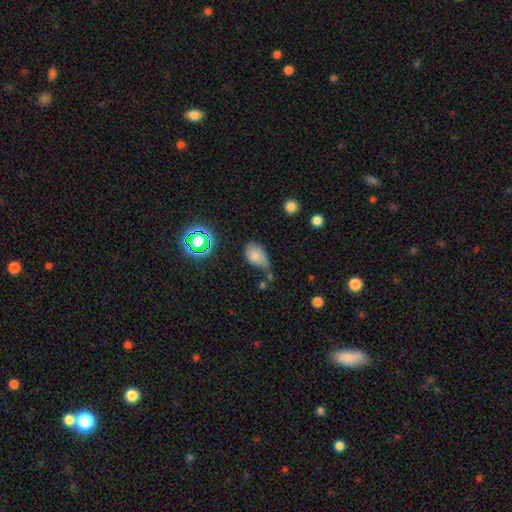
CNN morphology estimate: Smooth or featured?
  - smooth: 73% *
  - star or artifact: 15%
  - featured or disk: 12%
How rounded?
  - in between: 86% *
  - round: 12%
  - cigar-shaped: 2%
Merging?
  - minor disturbance: 39% *
  - none: 33%
  - major disturbance: 16%
  - merger: 11%